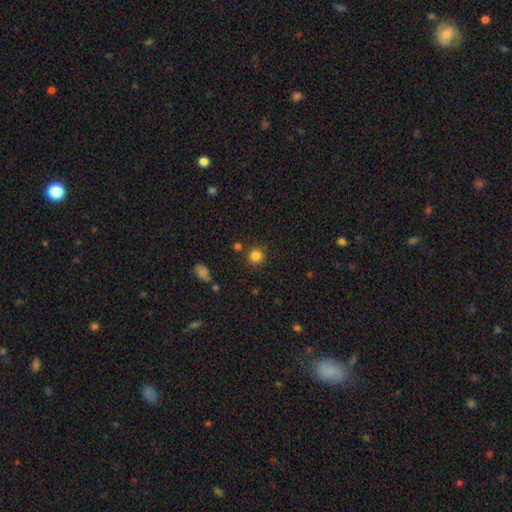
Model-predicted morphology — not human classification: Smooth or featured?
  - smooth: 83% *
  - star or artifact: 13%
  - featured or disk: 5%
How rounded?
  - round: 92% *
  - in between: 7%
  - cigar-shaped: 1%
Merging?
  - none: 84% *
  - minor disturbance: 8%
  - merger: 5%
  - major disturbance: 3%